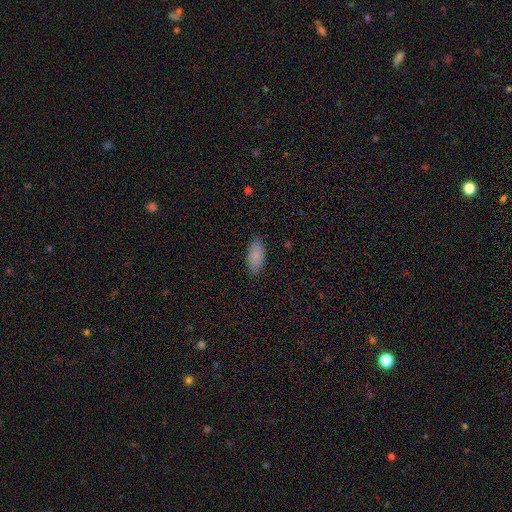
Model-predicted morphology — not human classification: The model was most divided on "merging": none: 86%, minor disturbance: 10%, major disturbance: 2%, merger: 1%. More confident: how rounded — in between (89%); smooth or featured — smooth (88%).